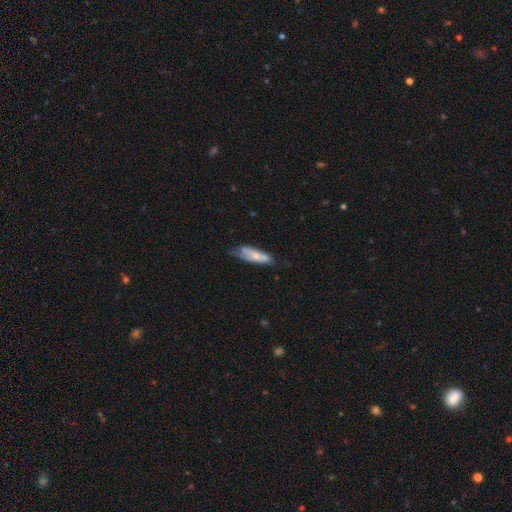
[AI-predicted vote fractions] Overall: smooth (59%; featured or disk 35%). How rounded: cigar-shaped (49%, tied with in between). Merging: none (43%; minor disturbance 36%).